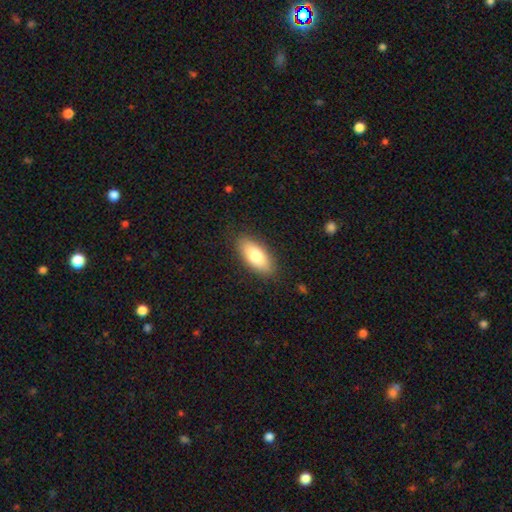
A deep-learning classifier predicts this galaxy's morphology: A smooth galaxy with no disk features (80%) that is in between round and cigar-shaped (86%).

Vote fractions:
- Smooth or featured? smooth: 80% / featured or disk: 14% / star or artifact: 6%
- How rounded? in between: 86% / cigar-shaped: 11% / round: 2%
- Merging? none: 86% / minor disturbance: 10% / major disturbance: 3% / merger: 1%